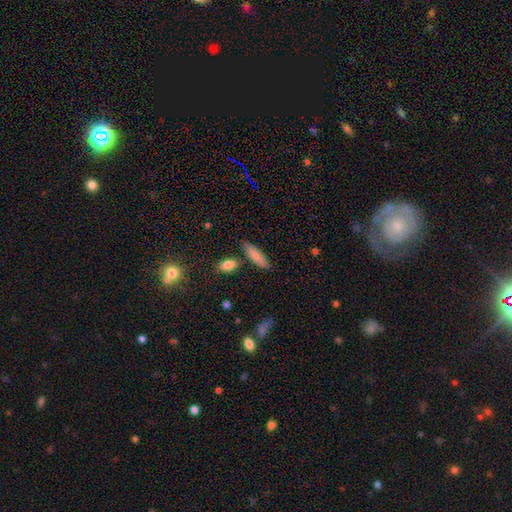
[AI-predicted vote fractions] smooth_or_featured: smooth (p=0.82) [alt: featured or disk p=0.11]
how_rounded: in between (p=0.54) [alt: cigar-shaped p=0.44]
merging: none (p=0.76) [alt: minor disturbance p=0.14]